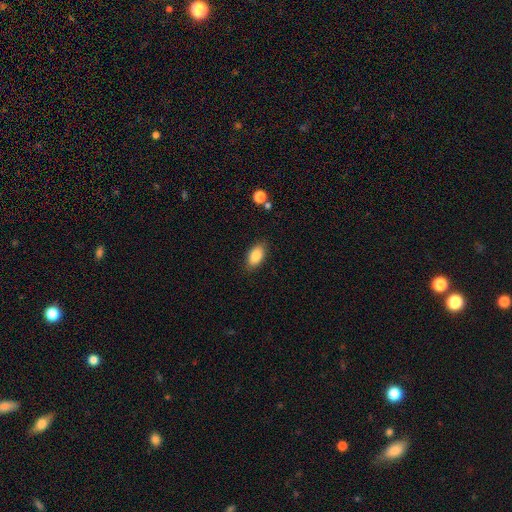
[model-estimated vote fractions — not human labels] This appears to be a smooth galaxy with no disk features (86%) that is in between round and cigar-shaped (92%). Merging: none (86%).